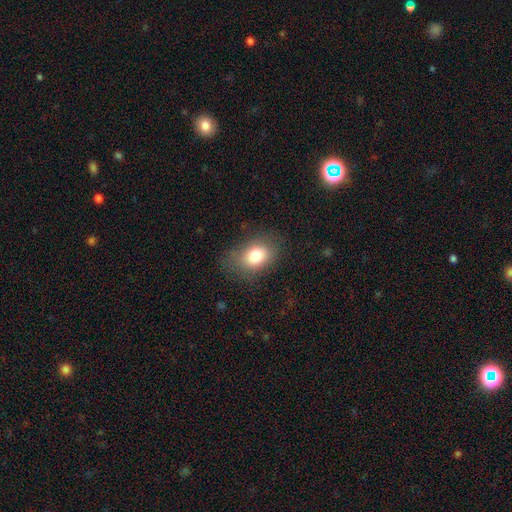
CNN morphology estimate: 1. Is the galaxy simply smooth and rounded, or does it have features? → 79% smooth, 12% featured or disk, 10% star or artifact.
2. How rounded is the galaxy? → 76% in between, 22% round, 1% cigar-shaped.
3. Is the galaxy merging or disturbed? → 75% none, 17% minor disturbance, 7% major disturbance, 1% merger.